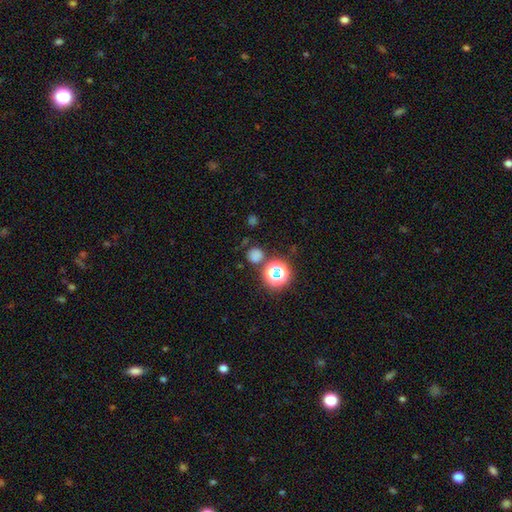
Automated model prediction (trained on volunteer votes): A smooth galaxy with no disk features (67%) that is round (91%).

Vote fractions:
- Smooth or featured? smooth: 67% / star or artifact: 27% / featured or disk: 6%
- How rounded? round: 91% / in between: 8% / cigar-shaped: 1%
- Merging? none: 77% / minor disturbance: 10% / merger: 9% / major disturbance: 4%